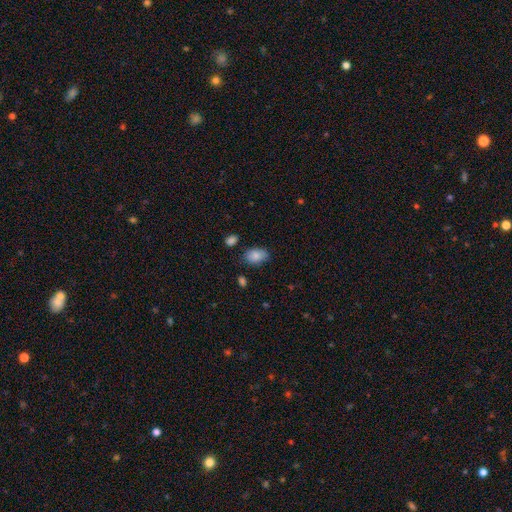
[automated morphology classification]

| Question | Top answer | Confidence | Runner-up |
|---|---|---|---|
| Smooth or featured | smooth | 84% | star or artifact (8%) |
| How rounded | in between | 86% | round (13%) |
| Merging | none | 73% | minor disturbance (20%) |